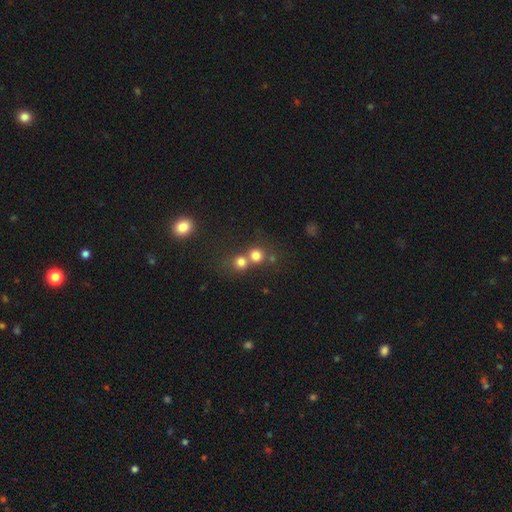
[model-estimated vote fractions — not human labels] A smooth galaxy with no disk features (76%) that is round (88%).

Vote fractions:
- Smooth or featured? smooth: 76% / star or artifact: 15% / featured or disk: 9%
- How rounded? round: 88% / in between: 11% / cigar-shaped: 1%
- Merging? none: 46% / merger: 45% / minor disturbance: 6% / major disturbance: 3%